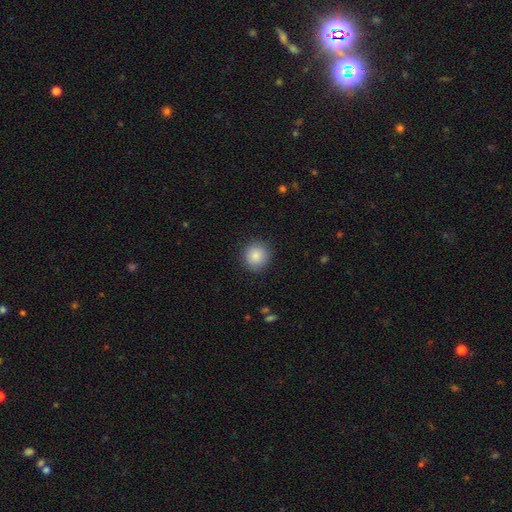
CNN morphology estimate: smooth-or-featured: smooth: 87% | star or artifact: 8% | featured or disk: 5%
  how-rounded: round: 93% | in between: 6% | cigar-shaped: 1%
  merging: none: 89% | minor disturbance: 8% | major disturbance: 2% | merger: 1%